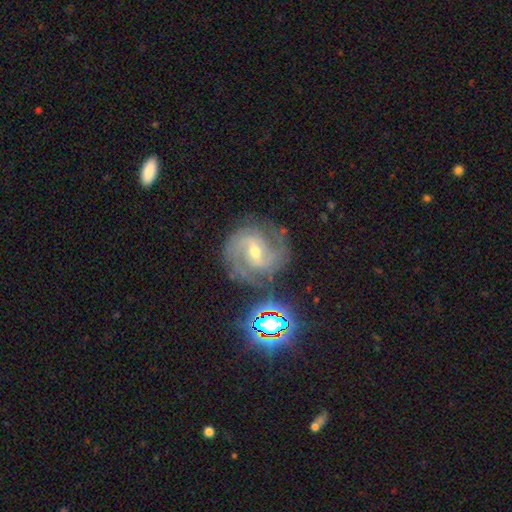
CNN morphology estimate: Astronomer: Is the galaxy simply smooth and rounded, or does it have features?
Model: featured or disk — 80%.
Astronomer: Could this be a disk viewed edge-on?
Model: no — 97%.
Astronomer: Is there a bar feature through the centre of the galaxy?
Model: weak — 46% (runner-up: strong, 28%).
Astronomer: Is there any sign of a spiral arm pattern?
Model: yes — 97%.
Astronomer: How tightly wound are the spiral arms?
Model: medium — 47% (runner-up: tight, 41%).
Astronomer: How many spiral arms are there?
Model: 2 — 64%.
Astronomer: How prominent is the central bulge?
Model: small — 54% (runner-up: moderate, 43%).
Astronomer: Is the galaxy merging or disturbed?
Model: none — 78%.